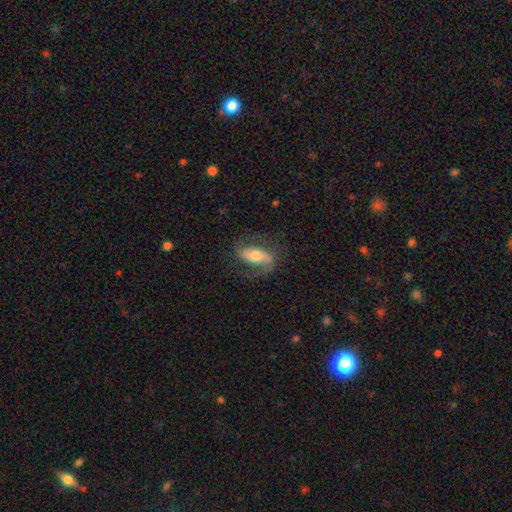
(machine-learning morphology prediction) smooth_or_featured: featured or disk (p=0.68) [alt: smooth p=0.25]
disk_edge_on: no (p=0.93) [alt: yes p=0.07]
bar: strong (p=0.34) [alt: weak p=0.33]
has_spiral_arms: yes (p=0.89) [alt: no p=0.11]
spiral_winding: medium (p=0.45) [alt: loose p=0.38]
spiral_arm_count: 2 (p=0.82) [alt: 1 p=0.09]
bulge_size: moderate (p=0.63) [alt: small p=0.19]
merging: none (p=0.68) [alt: minor disturbance p=0.18]